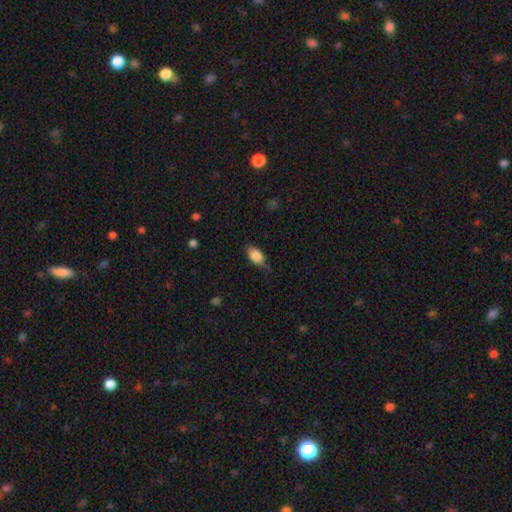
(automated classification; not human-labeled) Morphology: type=smooth (87%); roundness=in between (90%); merging=none (67%).